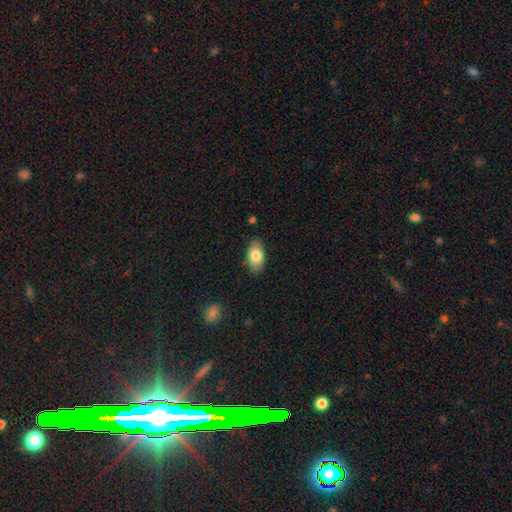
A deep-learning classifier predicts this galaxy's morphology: Smooth or featured?
  - smooth: 82% *
  - featured or disk: 12%
  - star or artifact: 7%
How rounded?
  - in between: 92% *
  - round: 6%
  - cigar-shaped: 2%
Merging?
  - none: 83% *
  - minor disturbance: 13%
  - major disturbance: 3%
  - merger: 1%